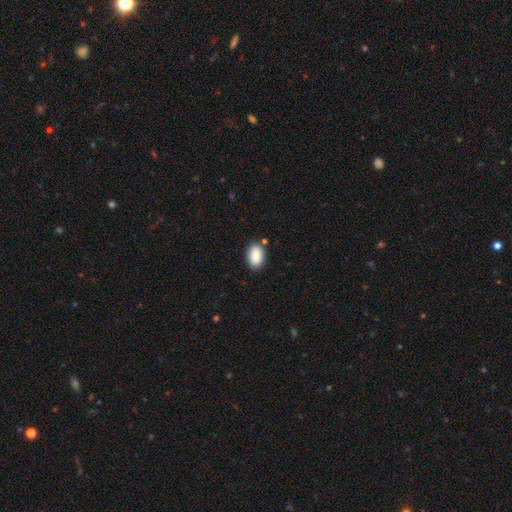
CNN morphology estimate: smooth_or_featured: smooth (p=0.89) [alt: star or artifact p=0.07]
how_rounded: in between (p=0.91) [alt: round p=0.08]
merging: none (p=0.84) [alt: minor disturbance p=0.11]